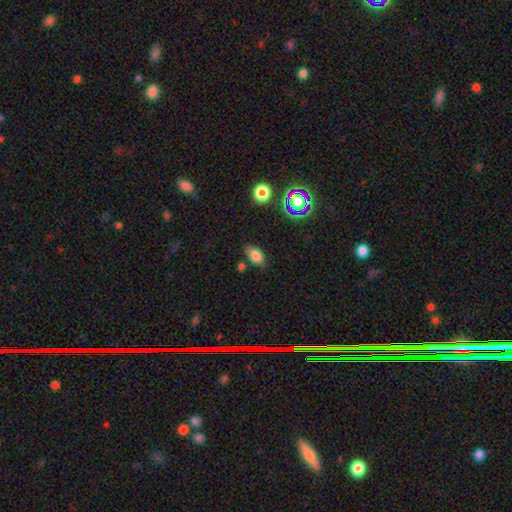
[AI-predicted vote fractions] Smooth or featured? smooth (80%)
How rounded? in between (88%)
Merging? none (75%)